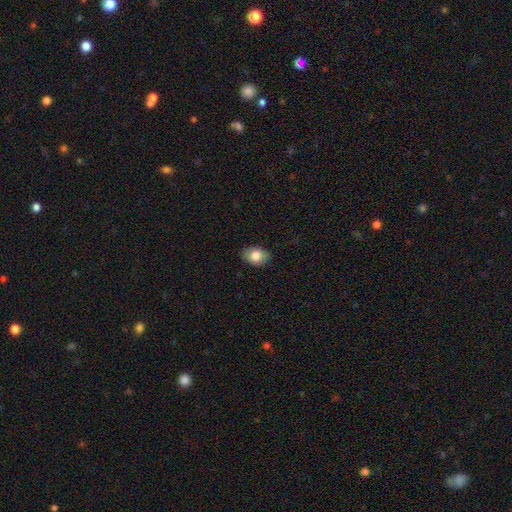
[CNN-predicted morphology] A smooth galaxy with no disk features (79%) that is in between round and cigar-shaped (75%).

Vote fractions:
- Smooth or featured? smooth: 79% / featured or disk: 14% / star or artifact: 8%
- How rounded? in between: 75% / round: 24% / cigar-shaped: 1%
- Merging? none: 85% / minor disturbance: 11% / major disturbance: 2% / merger: 1%